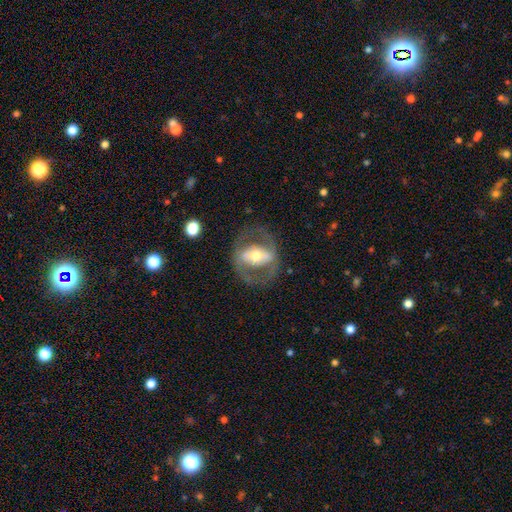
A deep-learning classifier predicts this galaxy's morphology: A featured or disk galaxy (70%) with a strong bar (43%), no spiral arms (65%) and a moderate central bulge (67%).

Vote fractions:
- Smooth or featured? featured or disk: 70% / smooth: 24% / star or artifact: 6%
- Edge-on disk? no: 91% / yes: 9%
- Bar? strong: 43% / no: 32% / weak: 25%
- Spiral arms? no: 65% / yes: 35%
- Bulge size? moderate: 67% / small: 16% / large: 15% / dominant: 2% / none: 1%
- Merging? none: 70% / major disturbance: 15% / minor disturbance: 13% / merger: 2%